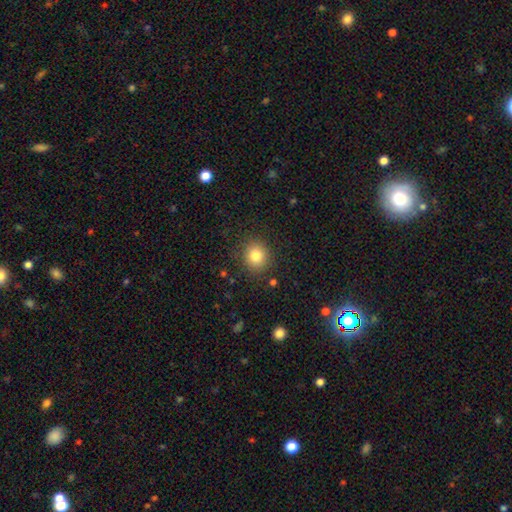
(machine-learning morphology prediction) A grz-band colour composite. It shows a smooth galaxy with no disk features (81%) that is round (84%). Merging: none (87%).